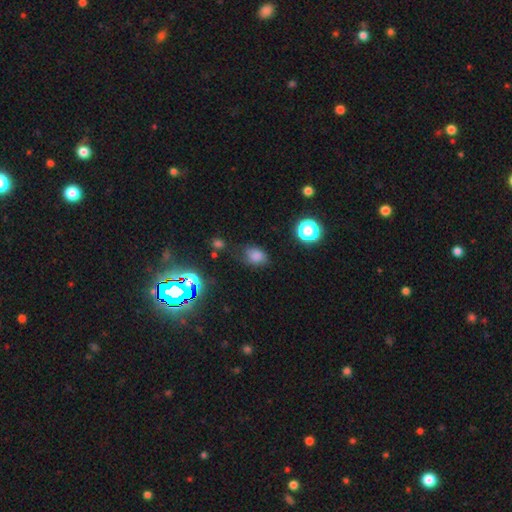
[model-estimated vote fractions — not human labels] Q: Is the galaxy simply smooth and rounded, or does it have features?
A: smooth — 76%.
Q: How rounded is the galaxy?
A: in between — 65%.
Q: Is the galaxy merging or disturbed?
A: none — 66%.